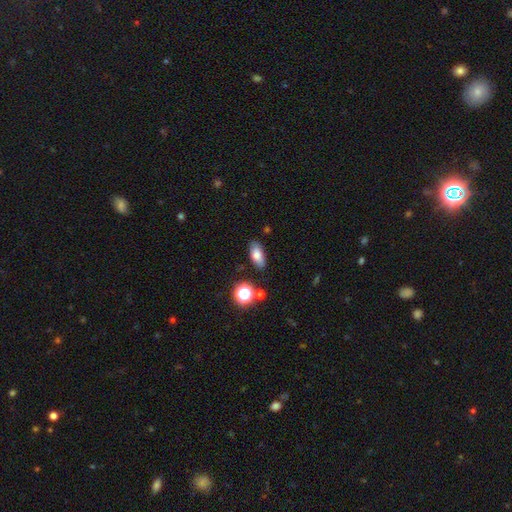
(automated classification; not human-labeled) smooth 76%, featured or disk 14%, star or artifact 10%. Down the decision tree: how rounded — in between (84%); merging — none (84%).